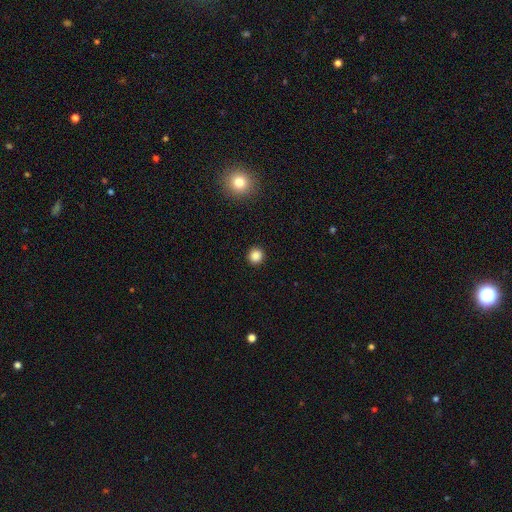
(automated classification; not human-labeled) This appears to be a smooth galaxy with no disk features (86%) that is round (93%). Merging: none (93%).